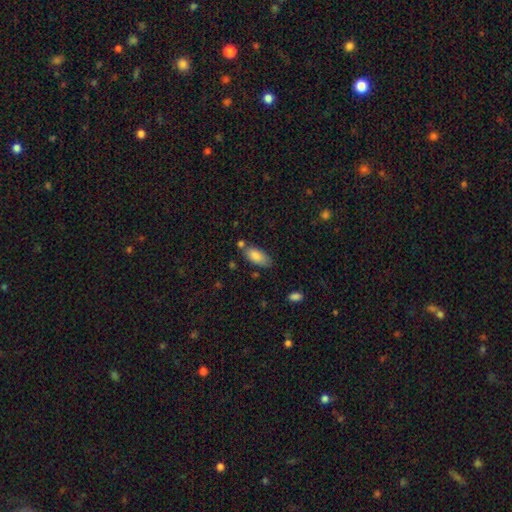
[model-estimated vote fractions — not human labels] Smooth or featured? Predicted: smooth (p=0.84). How rounded? Predicted: in between (p=0.89). Merging? Predicted: none (p=0.65).